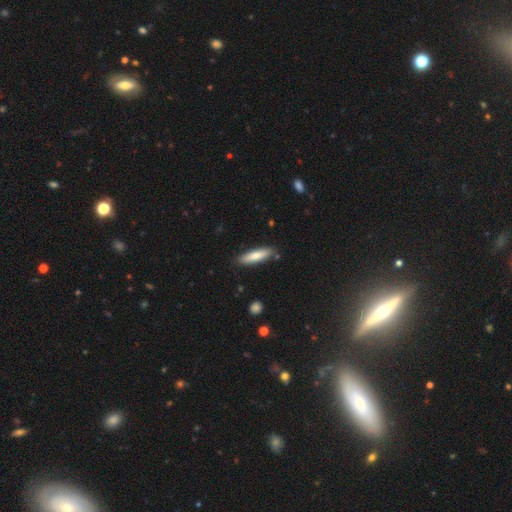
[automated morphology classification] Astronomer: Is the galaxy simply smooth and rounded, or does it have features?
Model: smooth — 73%.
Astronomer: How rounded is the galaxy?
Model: cigar-shaped — 66%.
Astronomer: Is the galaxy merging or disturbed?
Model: none — 86%.